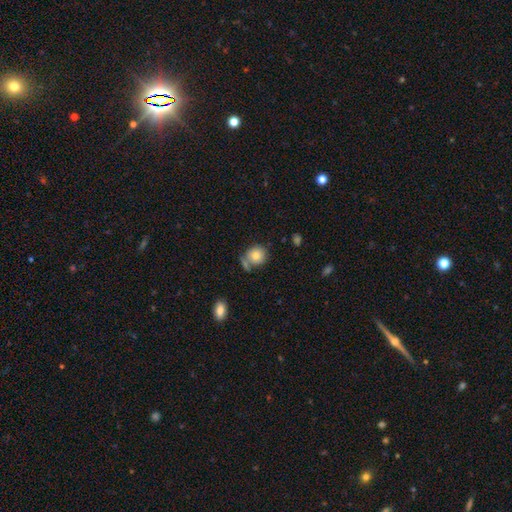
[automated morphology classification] smooth 79%, featured or disk 13%, star or artifact 9%. Down the decision tree: how rounded — round (83%); merging — none (58%).